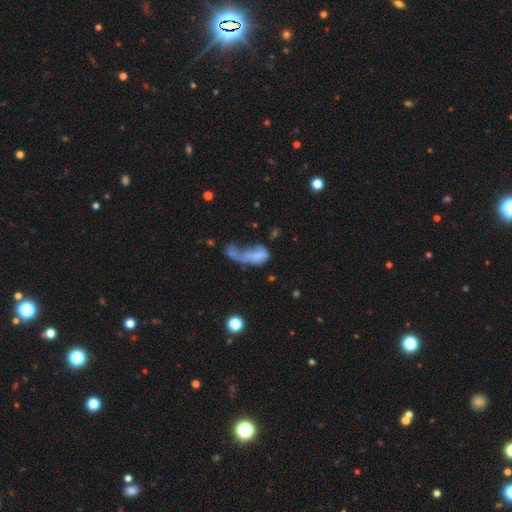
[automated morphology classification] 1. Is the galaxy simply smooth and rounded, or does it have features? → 53% smooth, 35% featured or disk, 13% star or artifact.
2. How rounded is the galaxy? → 82% in between, 10% round, 8% cigar-shaped.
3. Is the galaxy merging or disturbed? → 50% major disturbance, 28% merger, 12% none, 11% minor disturbance.